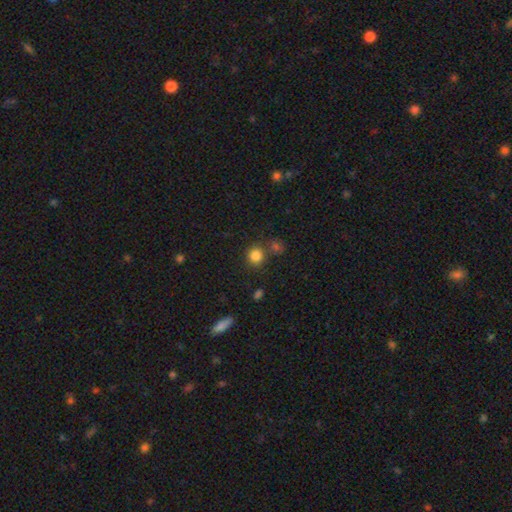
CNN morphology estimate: smooth_or_featured: smooth (p=0.83) [alt: star or artifact p=0.12]
how_rounded: round (p=0.88) [alt: in between p=0.11]
merging: none (p=0.74) [alt: merger p=0.13]